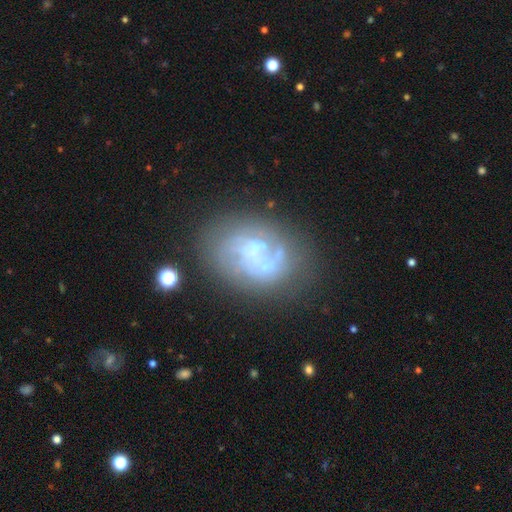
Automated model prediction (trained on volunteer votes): The model was most divided on "spiral arms": no: 59%, yes: 41%. More confident: edge-on disk — no (98%); bar — no (80%); smooth or featured — featured or disk (65%); bulge size — none (55%); merging — none (52%).